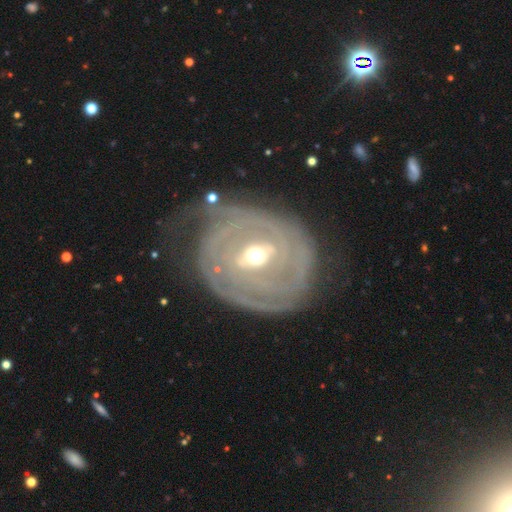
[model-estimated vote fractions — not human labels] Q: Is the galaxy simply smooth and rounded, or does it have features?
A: featured or disk — 84%.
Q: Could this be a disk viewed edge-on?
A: no — 95%.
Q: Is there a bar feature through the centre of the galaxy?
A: weak — 43%.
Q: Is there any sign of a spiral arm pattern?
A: yes — 80%.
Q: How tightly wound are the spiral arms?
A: tight — 75%.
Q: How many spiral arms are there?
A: can't tell — 39%.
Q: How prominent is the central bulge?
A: moderate — 62%.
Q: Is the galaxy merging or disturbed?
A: none — 59%.